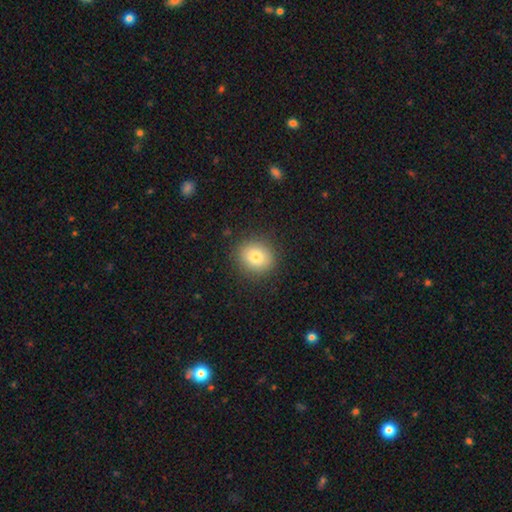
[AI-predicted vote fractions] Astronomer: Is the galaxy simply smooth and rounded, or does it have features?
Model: smooth — 80%.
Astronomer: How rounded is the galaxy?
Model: round — 81%.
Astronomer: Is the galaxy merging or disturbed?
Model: none — 89%.